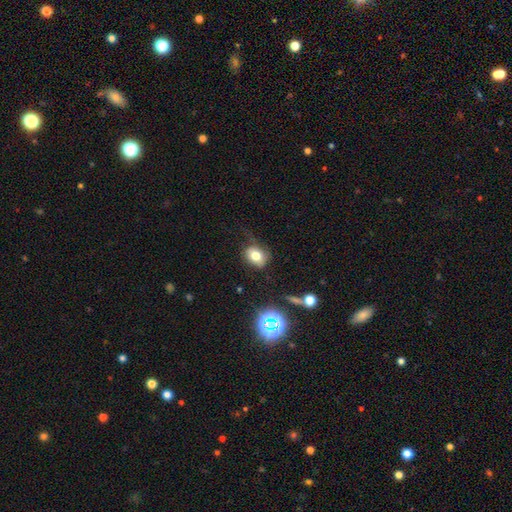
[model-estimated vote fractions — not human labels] Smooth or featured?
  - smooth: 74% *
  - star or artifact: 14%
  - featured or disk: 13%
How rounded?
  - in between: 57% *
  - round: 42%
  - cigar-shaped: 1%
Merging?
  - none: 59% *
  - minor disturbance: 26%
  - major disturbance: 12%
  - merger: 3%